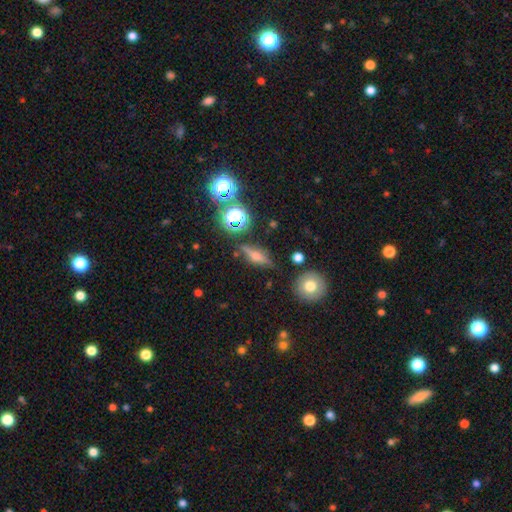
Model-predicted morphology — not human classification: smooth-or-featured: featured or disk: 46% | smooth: 33% | star or artifact: 21%
  merging: none: 79% | minor disturbance: 13% | major disturbance: 4% | merger: 4%